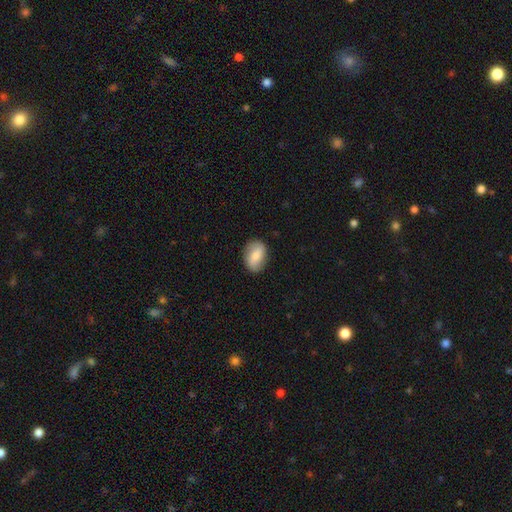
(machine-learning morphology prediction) A smooth galaxy with no disk features (66%) that is in between round and cigar-shaped (79%). Merging: none (84%).